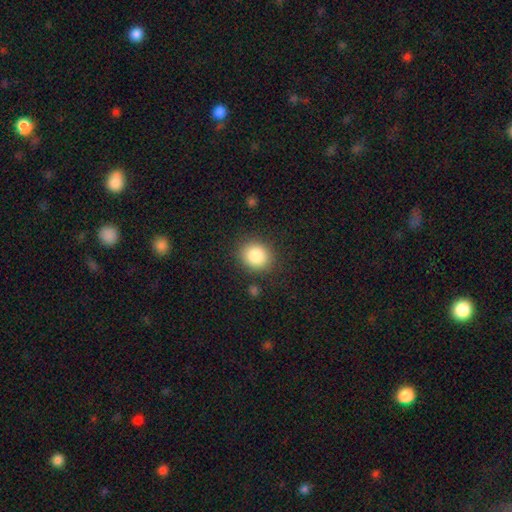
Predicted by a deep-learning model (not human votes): Smooth or featured?
  - smooth: 85% *
  - star or artifact: 9%
  - featured or disk: 5%
How rounded?
  - round: 80% *
  - in between: 19%
  - cigar-shaped: 1%
Merging?
  - none: 87% *
  - minor disturbance: 8%
  - major disturbance: 3%
  - merger: 2%